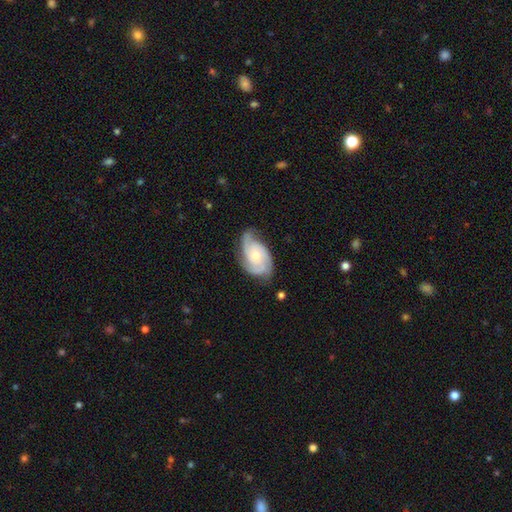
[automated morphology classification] The model was most divided on "spiral winding": tight: 50%, medium: 39%, loose: 11%. More confident: edge-on disk — no (97%); spiral arms — yes (96%); smooth or featured — featured or disk (82%); bar — no (76%); merging — none (64%); bulge size — moderate (57%); spiral arm count — 3 (55%).